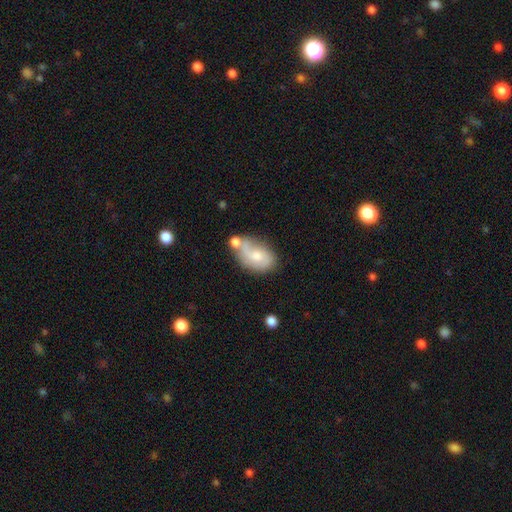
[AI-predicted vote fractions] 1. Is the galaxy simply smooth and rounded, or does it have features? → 50% smooth, 42% featured or disk, 8% star or artifact.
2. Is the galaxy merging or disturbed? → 40% none, 25% minor disturbance, 23% merger, 12% major disturbance.